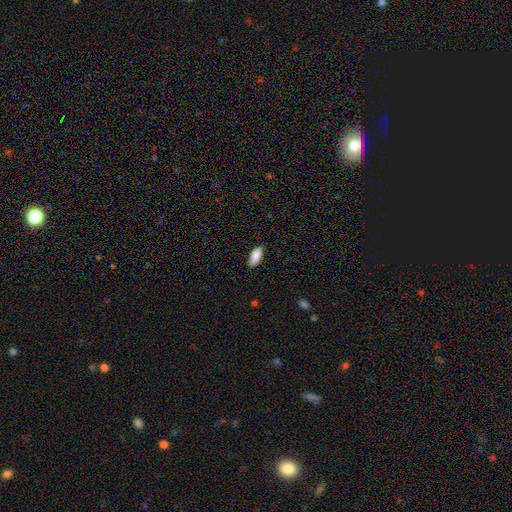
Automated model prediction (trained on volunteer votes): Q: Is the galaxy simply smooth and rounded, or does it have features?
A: smooth — 84%.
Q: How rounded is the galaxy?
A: in between — 86%.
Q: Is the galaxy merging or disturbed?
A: none — 81%.